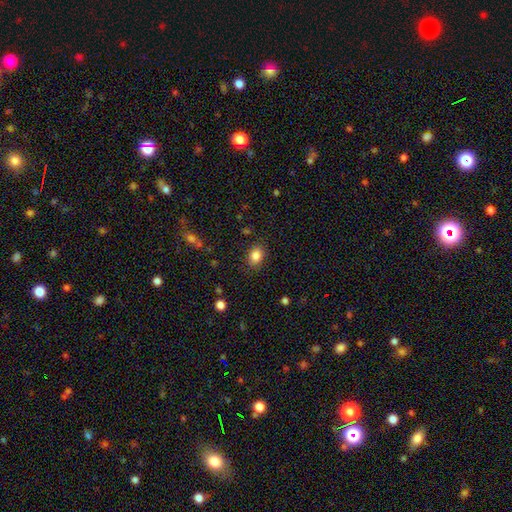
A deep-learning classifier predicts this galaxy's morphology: The model was most divided on "how rounded": in between: 62%, round: 37%, cigar-shaped: 1%. More confident: merging — none (86%); smooth or featured — smooth (84%).